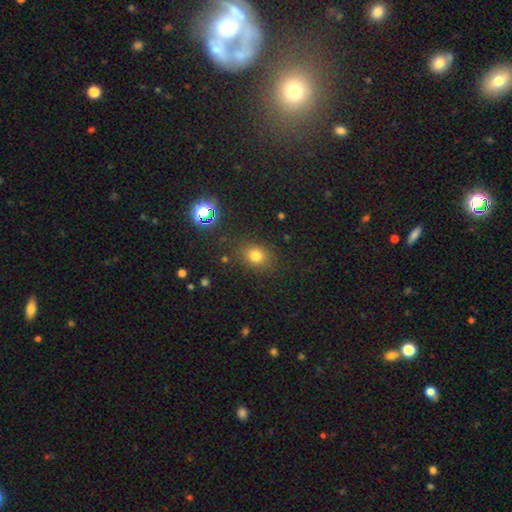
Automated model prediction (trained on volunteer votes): smooth-or-featured: smooth: 73% | star or artifact: 19% | featured or disk: 8%
  how-rounded: round: 61% | in between: 38% | cigar-shaped: 1%
  merging: none: 82% | minor disturbance: 11% | major disturbance: 4% | merger: 3%